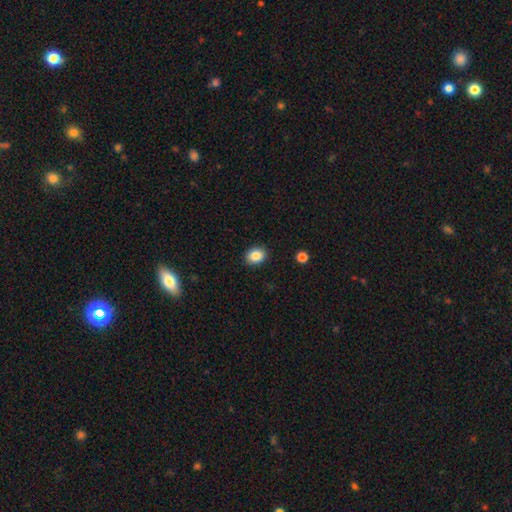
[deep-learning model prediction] Overall: smooth (86%). How rounded: in between (53%; round 46%). Merging: none (90%).